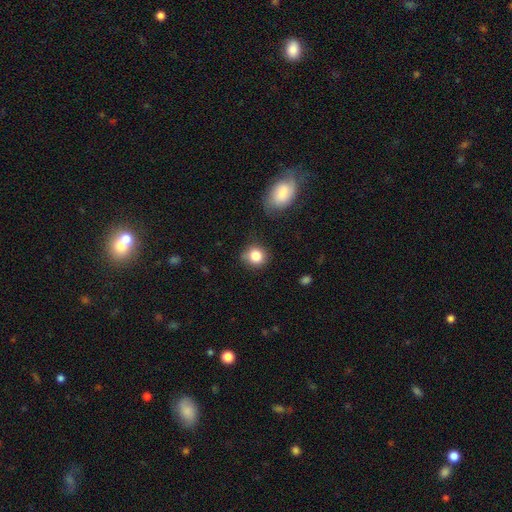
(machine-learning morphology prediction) A smooth galaxy with no disk features (83%) that is round (85%). Merging: none (76%).